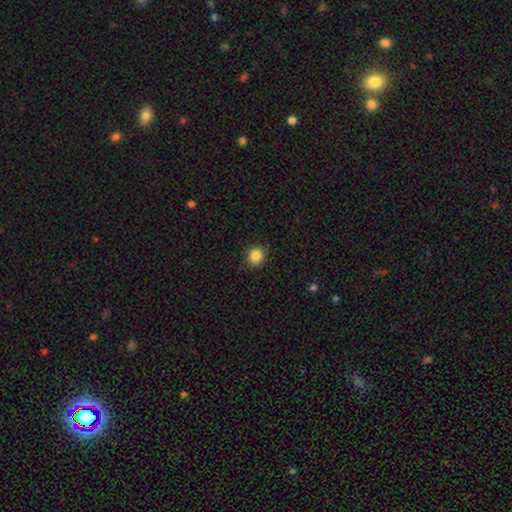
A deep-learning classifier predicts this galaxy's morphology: Smooth or featured: smooth — 86% (star or artifact — 10%)
How rounded: round — 83% (in between — 16%)
Merging: none — 87% (minor disturbance — 9%)